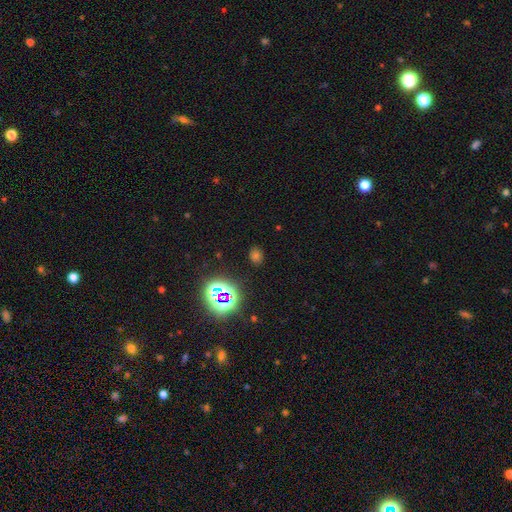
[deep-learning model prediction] Overall: smooth (47%; star or artifact 46%). Merging: none (84%).